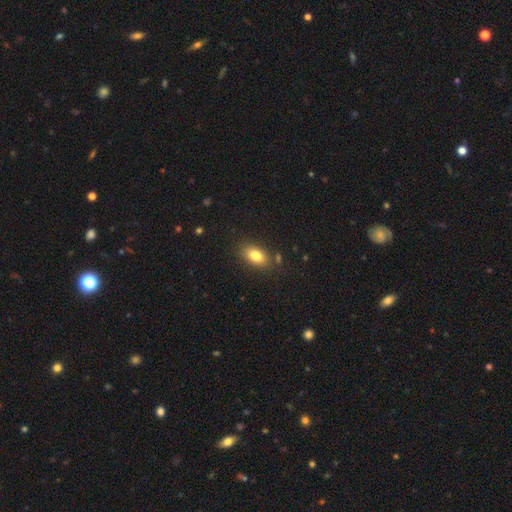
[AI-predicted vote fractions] smooth_or_featured: smooth (p=0.82) [alt: featured or disk p=0.09]
how_rounded: in between (p=0.87) [alt: round p=0.10]
merging: none (p=0.81) [alt: minor disturbance p=0.12]